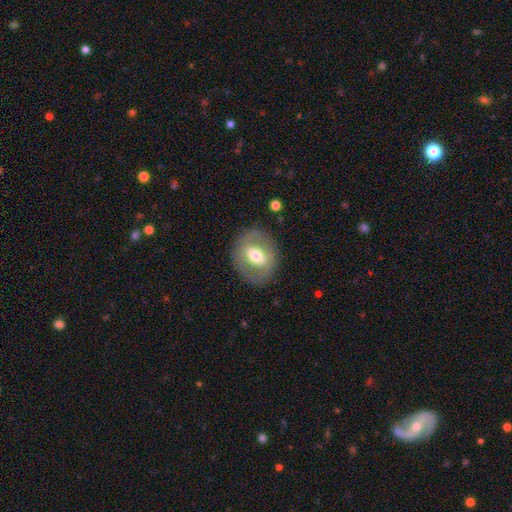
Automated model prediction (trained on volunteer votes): Morphology: type=smooth (52%); roundness=round (56%); merging=none (82%).